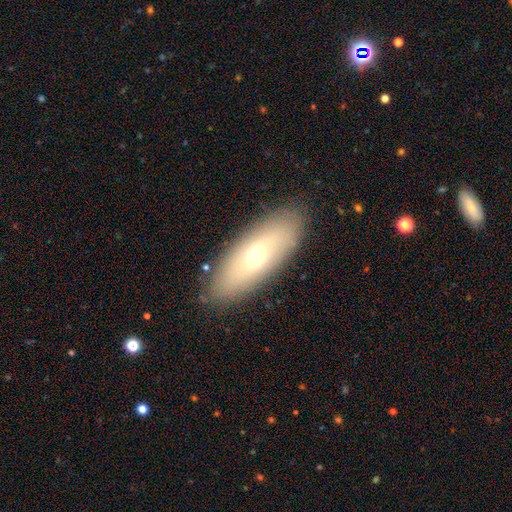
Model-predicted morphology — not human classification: Smooth or featured?
  - smooth: 58% *
  - featured or disk: 34%
  - star or artifact: 8%
How rounded?
  - in between: 70% *
  - cigar-shaped: 27%
  - round: 3%
Merging?
  - none: 87% *
  - minor disturbance: 9%
  - major disturbance: 2%
  - merger: 1%